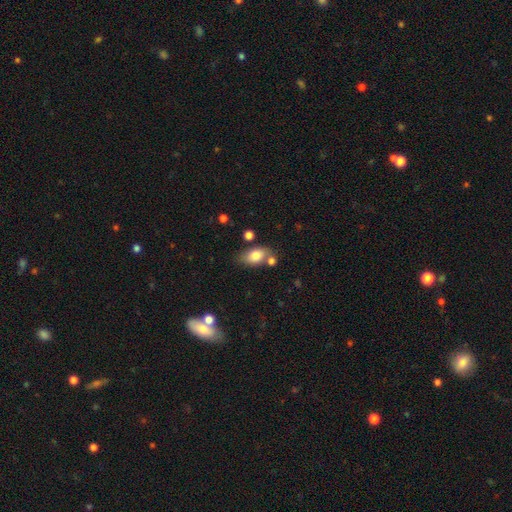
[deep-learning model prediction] The model was most divided on "merging": none: 65%, minor disturbance: 16%, merger: 15%, major disturbance: 4%. More confident: how rounded — in between (87%); smooth or featured — smooth (78%).